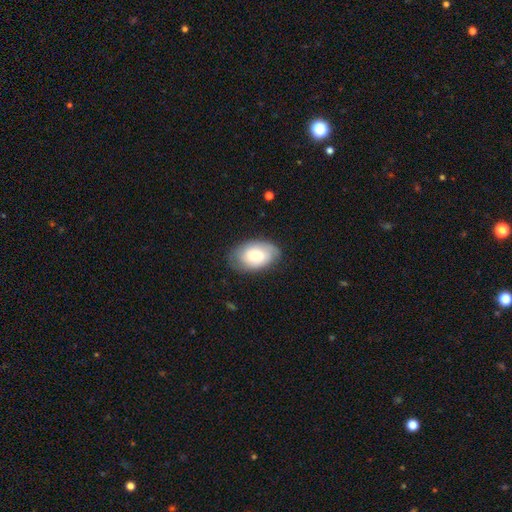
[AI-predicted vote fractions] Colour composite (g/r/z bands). It shows a smooth galaxy with no disk features (57%) that is in between round and cigar-shaped (91%). Merging: none (75%).